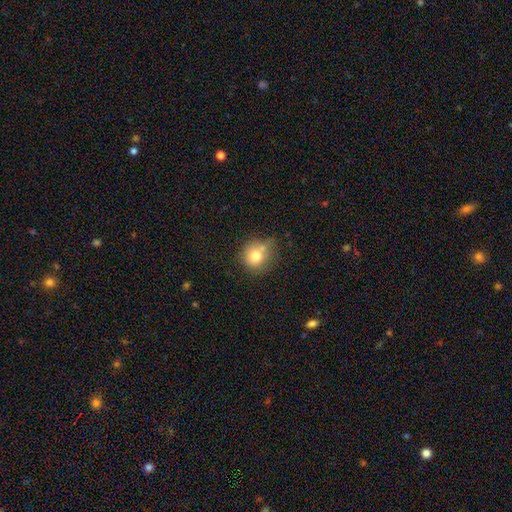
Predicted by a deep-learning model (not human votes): This is likely a smooth galaxy (76%). How rounded: clearly round (86%). Merging: possibly none (55%).